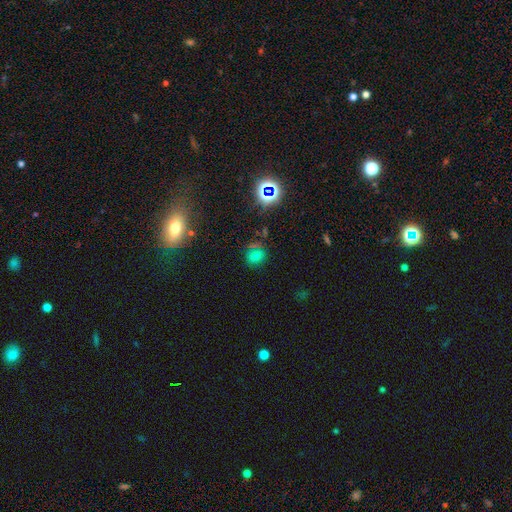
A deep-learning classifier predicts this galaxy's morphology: Smooth or featured? smooth (58%)
How rounded? round (73%)
Merging? none (72%)